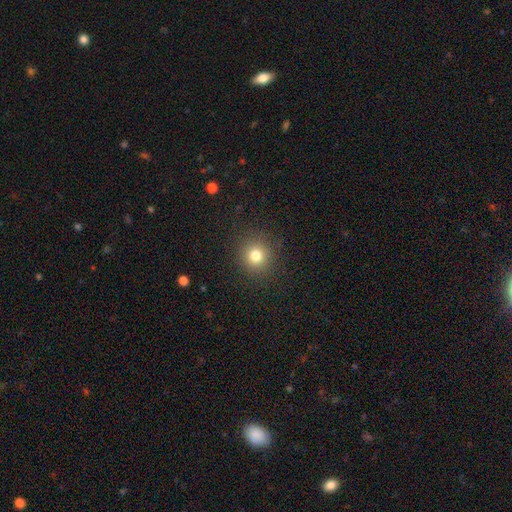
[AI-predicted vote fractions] A smooth galaxy with no disk features (79%) that is round (92%).

Vote fractions:
- Smooth or featured? smooth: 79% / star or artifact: 14% / featured or disk: 7%
- How rounded? round: 92% / in between: 7% / cigar-shaped: 1%
- Merging? none: 90% / minor disturbance: 6% / major disturbance: 3% / merger: 1%